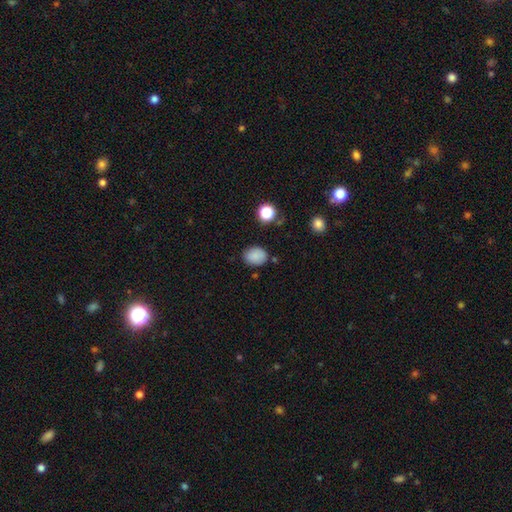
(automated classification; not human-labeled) Smooth or featured? smooth (84%)
How rounded? in between (55%)
Merging? none (79%)